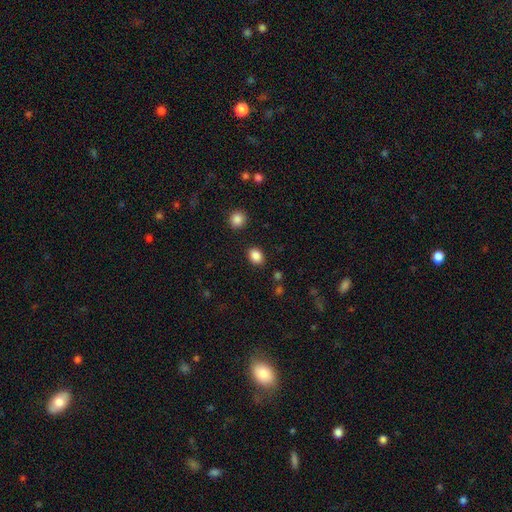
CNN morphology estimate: This appears to be a smooth galaxy with no disk features (87%) that is in between round and cigar-shaped (61%). Merging: none (87%).